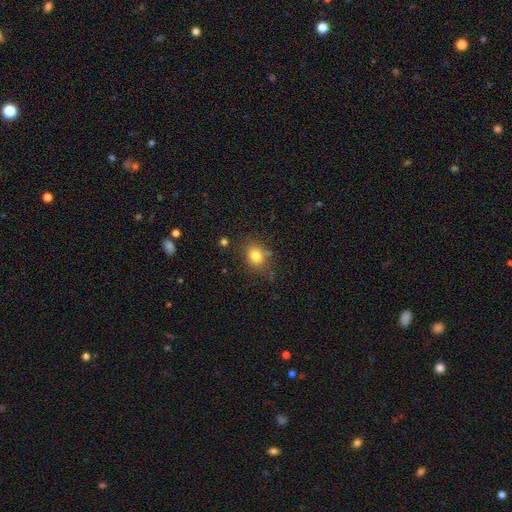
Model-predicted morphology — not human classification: smooth-or-featured: smooth: 81% | star or artifact: 12% | featured or disk: 8%
  how-rounded: round: 57% | in between: 42% | cigar-shaped: 1%
  merging: none: 76% | minor disturbance: 14% | merger: 5% | major disturbance: 4%